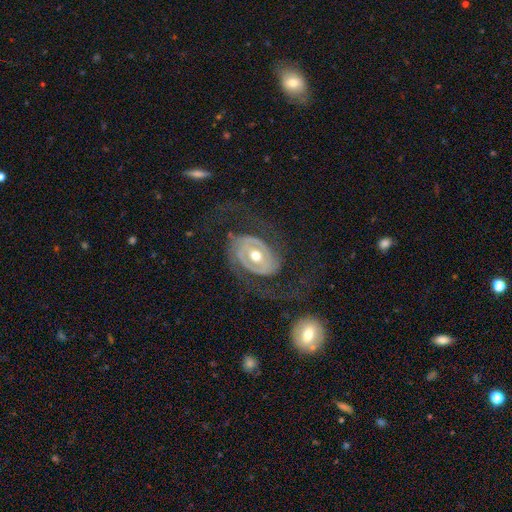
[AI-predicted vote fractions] smooth-or-featured: featured or disk: 83% | smooth: 12% | star or artifact: 4%
  disk-edge-on: no: 95% | yes: 5%
    bar: no: 46% | weak: 31% | strong: 23%
    has-spiral-arms: yes: 74% | no: 26%
      spiral-winding: medium: 38% | loose: 35% | tight: 28%
      spiral-arm-count: 2: 77% | can't tell: 10% | 1: 6% | 3: 3% | 4: 2% | more than 4: 2%
    bulge-size: moderate: 77% | small: 13% | large: 9% | dominant: 1% | none: 1%
  merging: none: 60% | major disturbance: 24% | minor disturbance: 13% | merger: 3%